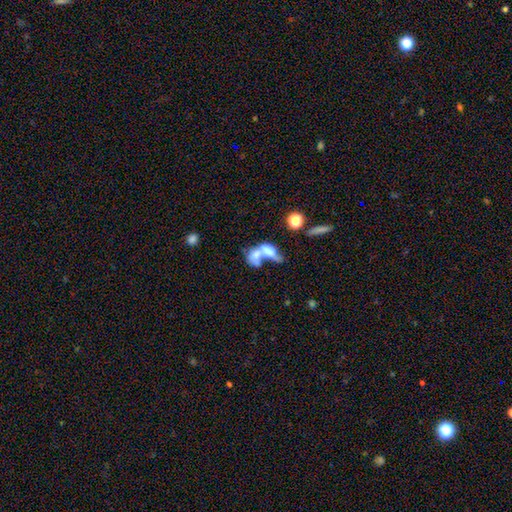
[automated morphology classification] Q: Smooth or featured?
A: smooth (56%); runner-up: featured or disk (33%)
Q: How rounded?
A: in between (76%); runner-up: round (17%)
Q: Merging?
A: merger (75%); runner-up: major disturbance (11%)